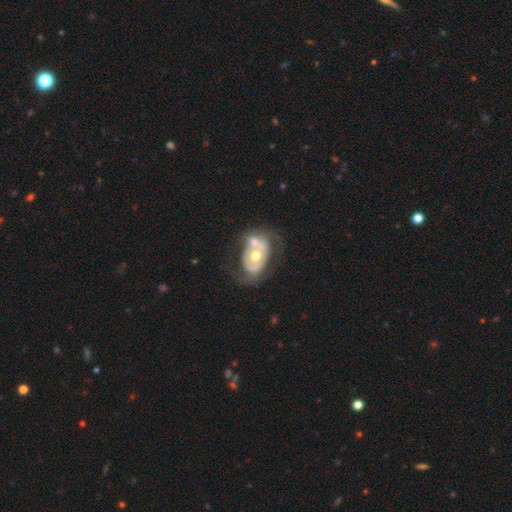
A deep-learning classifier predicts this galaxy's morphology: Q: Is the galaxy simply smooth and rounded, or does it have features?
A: featured or disk — 67%.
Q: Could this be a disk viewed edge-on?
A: no — 96%.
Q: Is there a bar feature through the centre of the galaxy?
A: no — 80%.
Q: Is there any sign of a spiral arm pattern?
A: no — 60%.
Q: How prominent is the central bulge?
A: moderate — 76%.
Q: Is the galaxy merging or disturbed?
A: merger — 42%.